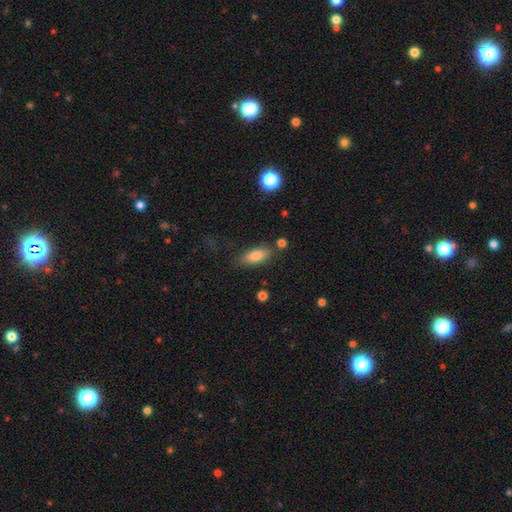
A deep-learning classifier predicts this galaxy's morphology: type=smooth (81%); roundness=in between (79%); merging=none (77%).